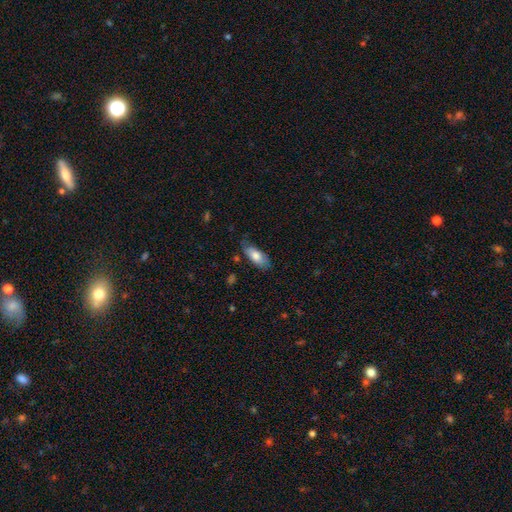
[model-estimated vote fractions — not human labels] Smooth or featured? smooth (74%)
How rounded? in between (84%)
Merging? none (66%)